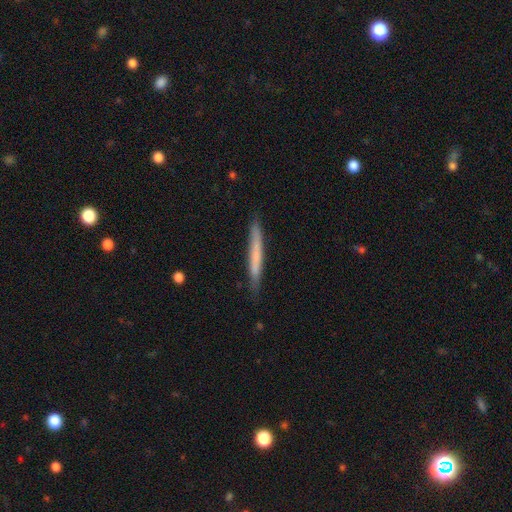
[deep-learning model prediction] Q: Smooth or featured?
A: smooth (63%); runner-up: featured or disk (32%)
Q: How rounded?
A: cigar-shaped (97%); runner-up: in between (2%)
Q: Merging?
A: none (85%); runner-up: minor disturbance (12%)